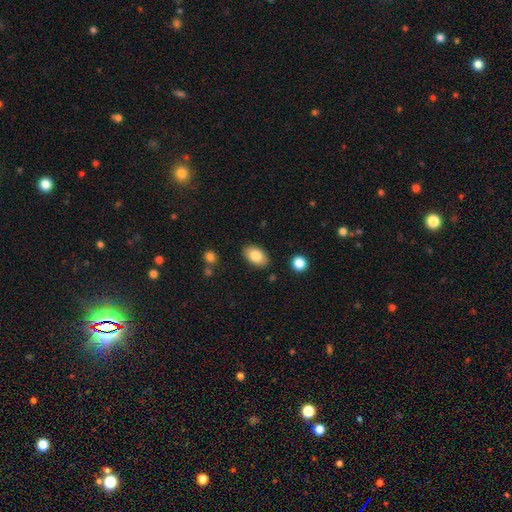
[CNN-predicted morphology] smooth 82%, featured or disk 11%, star or artifact 7%. Down the decision tree: how rounded — in between (91%); merging — none (85%).